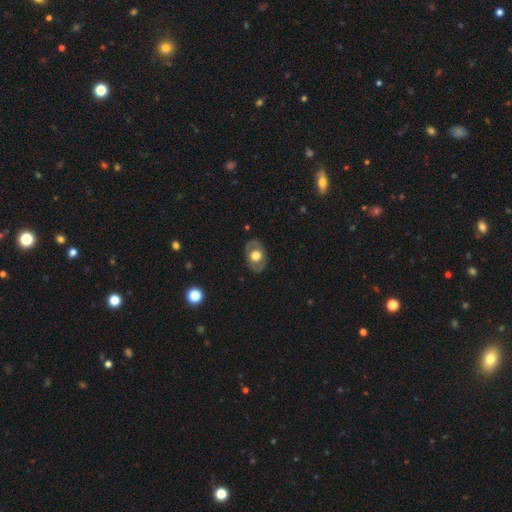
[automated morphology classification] Smooth or featured? Predicted: featured or disk (p=0.48). Merging? Predicted: none (p=0.82).